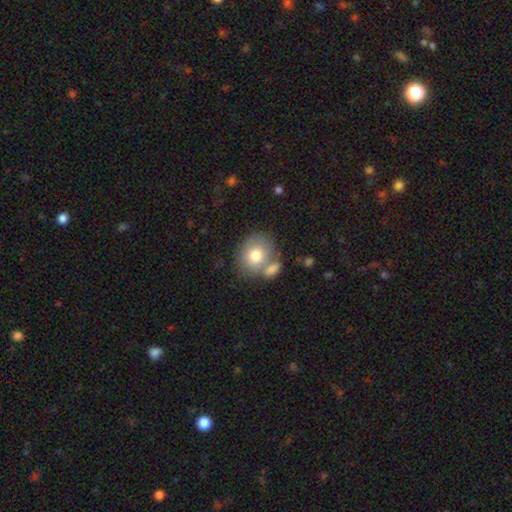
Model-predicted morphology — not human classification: Q: Smooth or featured?
A: smooth (75%); runner-up: featured or disk (17%)
Q: How rounded?
A: round (68%); runner-up: in between (31%)
Q: Merging?
A: none (50%); runner-up: merger (31%)